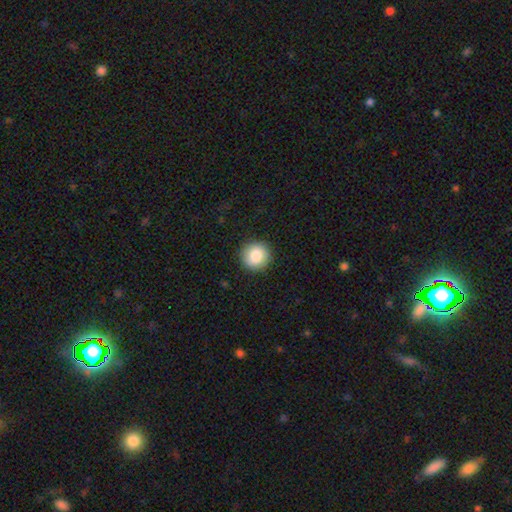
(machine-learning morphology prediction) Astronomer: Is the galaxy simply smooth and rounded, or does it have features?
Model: smooth — 85%.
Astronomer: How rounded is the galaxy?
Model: round — 94%.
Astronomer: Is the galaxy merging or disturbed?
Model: none — 91%.